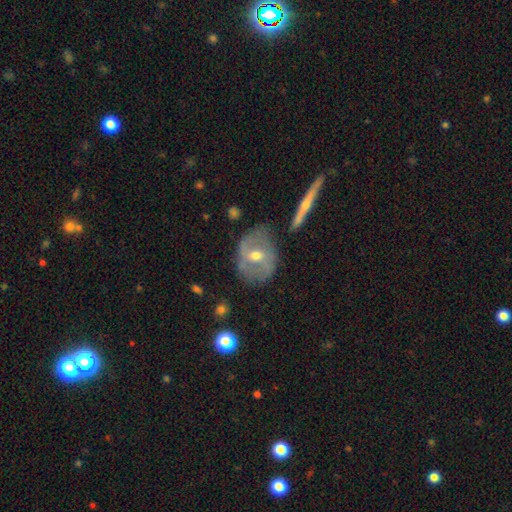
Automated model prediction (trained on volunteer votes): Smooth or featured: featured or disk — 70% (smooth — 23%)
Edge-on disk: no — 92% (yes — 8%)
Bar: weak — 42% (strong — 35%)
Spiral arms: yes — 68% (no — 32%)
Bulge size: moderate — 59% (small — 37%)
Merging: none — 70% (minor disturbance — 19%)